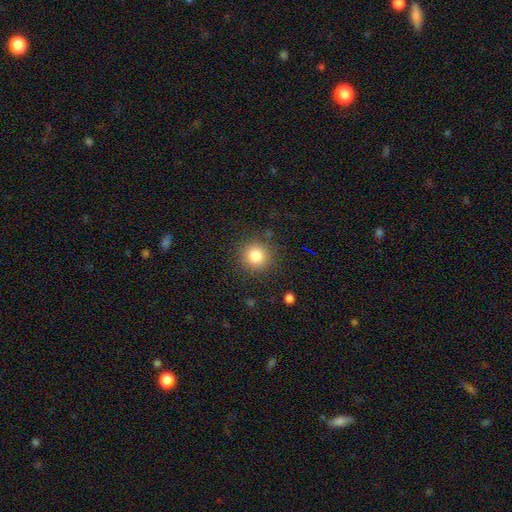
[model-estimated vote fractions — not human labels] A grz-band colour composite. It shows a smooth galaxy with no disk features (82%) that is round (93%). Merging: none (88%).